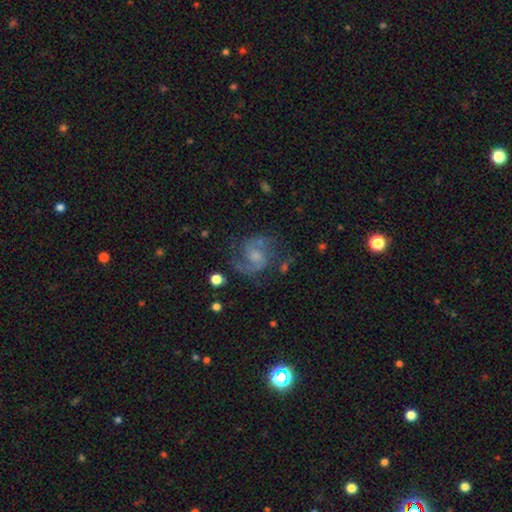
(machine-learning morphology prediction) A featured or disk galaxy (84%) with no bar (53%), 2 (88%) medium (59%) spiral arms (96%) and a small central bulge (40%).

Vote fractions:
- Smooth or featured? featured or disk: 84% / smooth: 8% / star or artifact: 8%
- Edge-on disk? no: 98% / yes: 2%
- Bar? no: 53% / weak: 40% / strong: 7%
- Spiral arms? yes: 96% / no: 4%
- Spiral winding? medium: 59% / loose: 22% / tight: 20%
- Spiral arm count? 2: 88% / can't tell: 4% / 1: 3% / 3: 2% / 4: 1% / more than 4: 1%
- Bulge size? small: 40% / moderate: 36% / none: 16% / large: 6% / dominant: 1%
- Merging? none: 71% / minor disturbance: 17% / major disturbance: 10% / merger: 3%